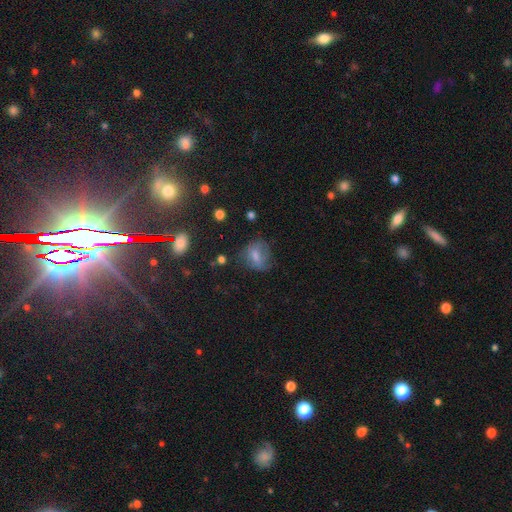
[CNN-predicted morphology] A smooth galaxy with no disk features (62%) that is round (52%).

Vote fractions:
- Smooth or featured? smooth: 62% / featured or disk: 25% / star or artifact: 13%
- How rounded? round: 52% / in between: 46% / cigar-shaped: 2%
- Merging? none: 48% / minor disturbance: 28% / major disturbance: 22% / merger: 2%